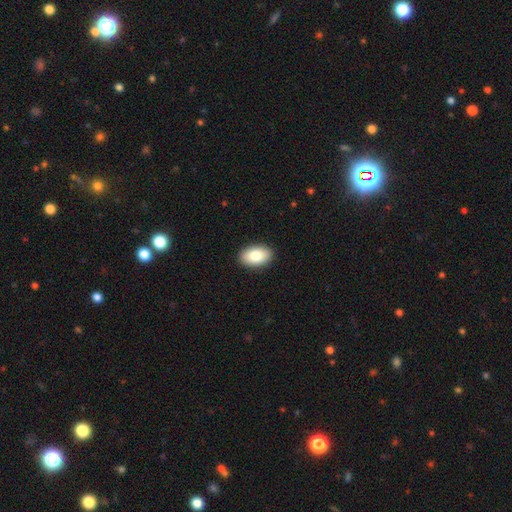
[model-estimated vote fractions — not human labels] Smooth or featured?
  - smooth: 83% *
  - featured or disk: 10%
  - star or artifact: 6%
How rounded?
  - in between: 92% *
  - round: 6%
  - cigar-shaped: 1%
Merging?
  - none: 91% *
  - minor disturbance: 7%
  - major disturbance: 2%
  - merger: 1%